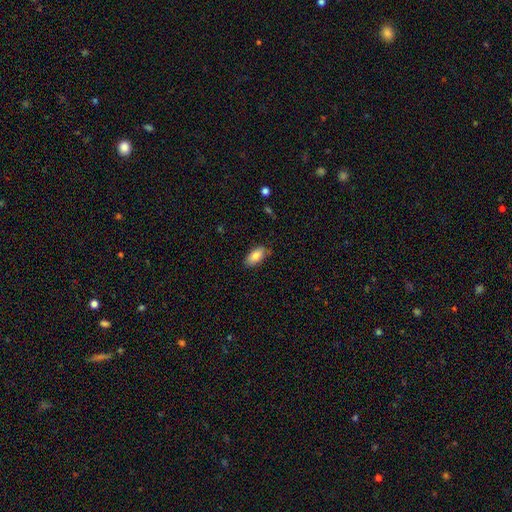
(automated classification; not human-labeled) Morphology: type=smooth (82%); roundness=in between (92%); merging=none (82%).